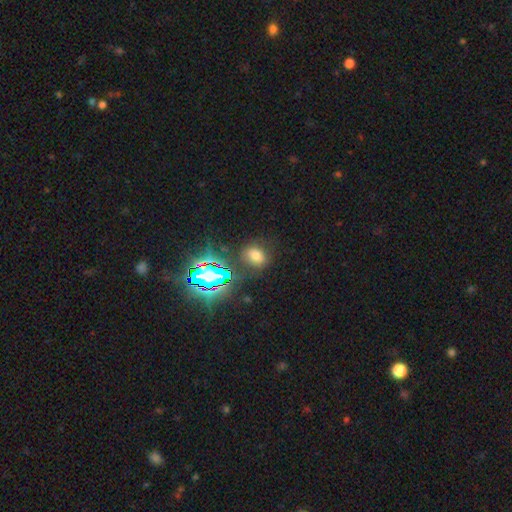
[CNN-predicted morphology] A smooth galaxy with no disk features (60%) that is in between round and cigar-shaped (55%). Merging: none (79%).